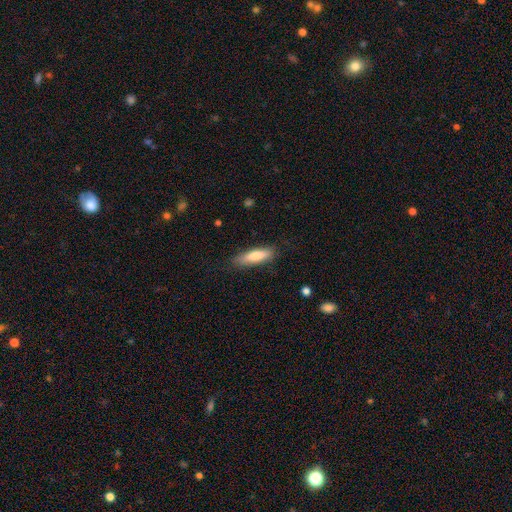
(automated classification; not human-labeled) smooth 74%, featured or disk 20%, star or artifact 6%. Down the decision tree: how rounded — cigar-shaped (68%); merging — none (82%).